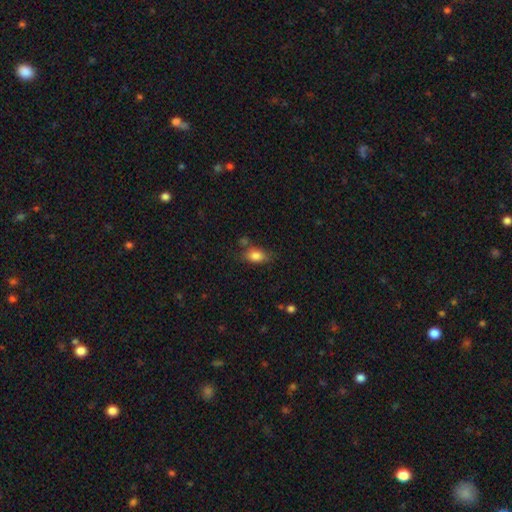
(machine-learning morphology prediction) Smooth or featured?
  - smooth: 82% *
  - featured or disk: 9%
  - star or artifact: 9%
How rounded?
  - in between: 82% *
  - round: 14%
  - cigar-shaped: 4%
Merging?
  - none: 65% *
  - minor disturbance: 22%
  - merger: 7%
  - major disturbance: 7%